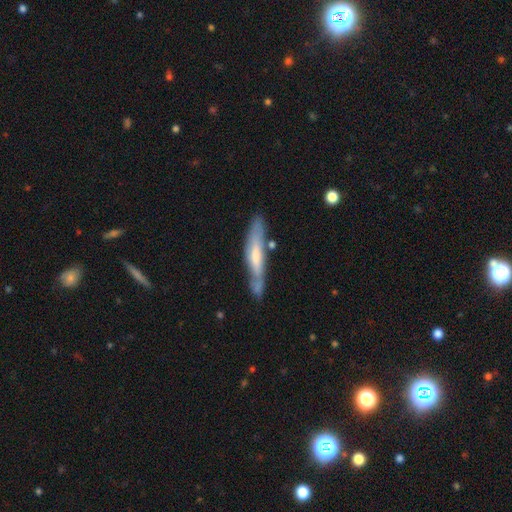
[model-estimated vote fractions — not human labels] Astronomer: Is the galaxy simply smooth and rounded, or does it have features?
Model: featured or disk — 52% (runner-up: smooth, 42%).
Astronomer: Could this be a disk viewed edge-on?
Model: yes — 71%.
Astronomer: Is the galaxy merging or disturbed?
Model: none — 65%.